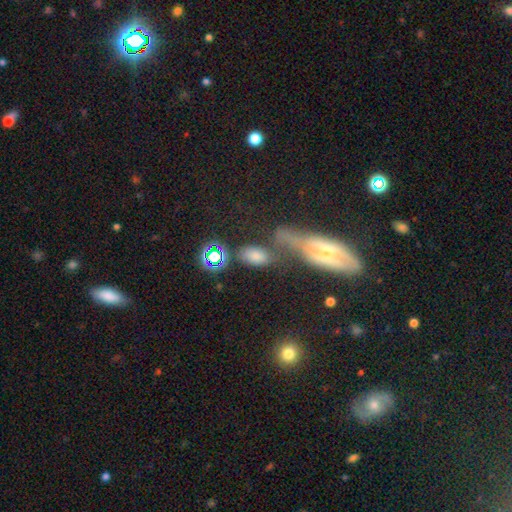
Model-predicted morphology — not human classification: smooth 67%, star or artifact 20%, featured or disk 13%. Down the decision tree: how rounded — in between (90%); merging — none (52%).